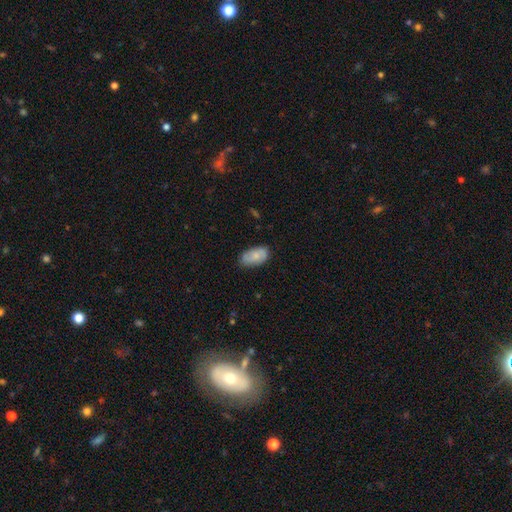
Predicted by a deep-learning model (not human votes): Smooth or featured: smooth — 73% (featured or disk — 21%)
How rounded: in between — 93% (round — 4%)
Merging: none — 73% (minor disturbance — 22%)